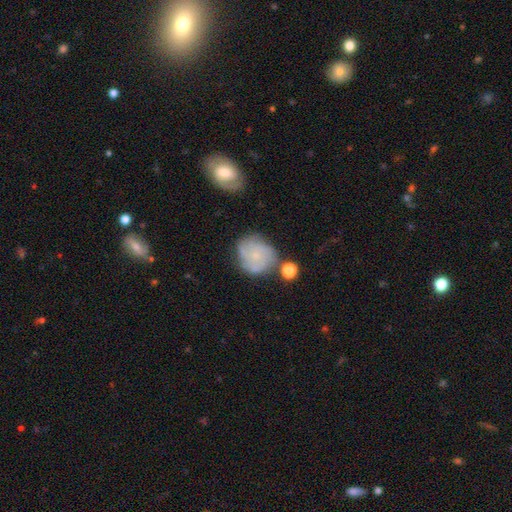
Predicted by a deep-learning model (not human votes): Morphology: type=featured or disk (54%); edge-on=no (97%); bar=no (80%); spiral arms=yes (82%); bulge=small (73%); merging=none (61%).